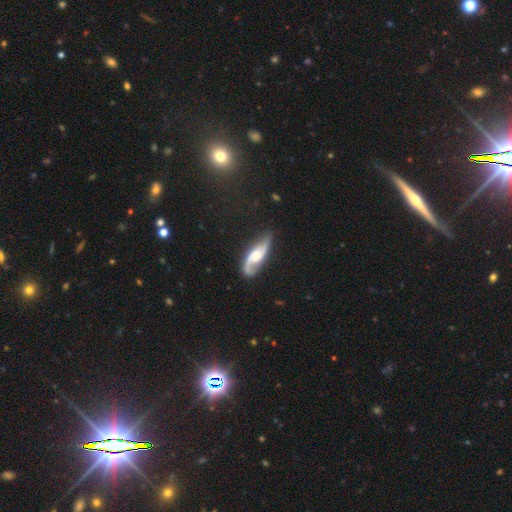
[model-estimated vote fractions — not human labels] Smooth or featured: featured or disk — 78% (smooth — 17%)
Edge-on disk: no — 91% (yes — 9%)
Bar: no — 51% (weak — 37%)
Spiral arms: yes — 95% (no — 5%)
Spiral winding: loose — 51% (medium — 36%)
Spiral arm count: 2 — 80% (1 — 13%)
Bulge size: moderate — 35% (small — 23%)
Merging: none — 62% (minor disturbance — 23%)